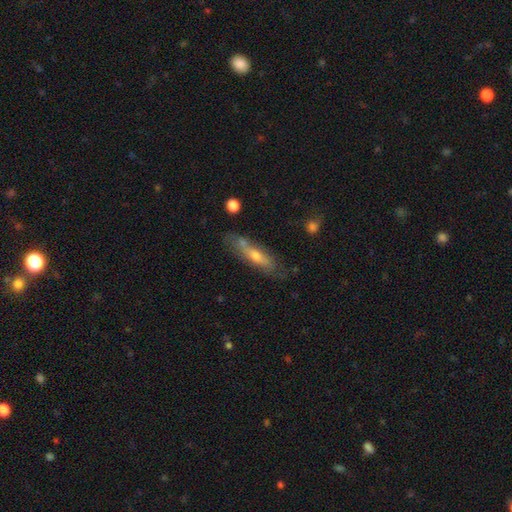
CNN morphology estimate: Smooth or featured? smooth (47%)
Merging? none (65%)